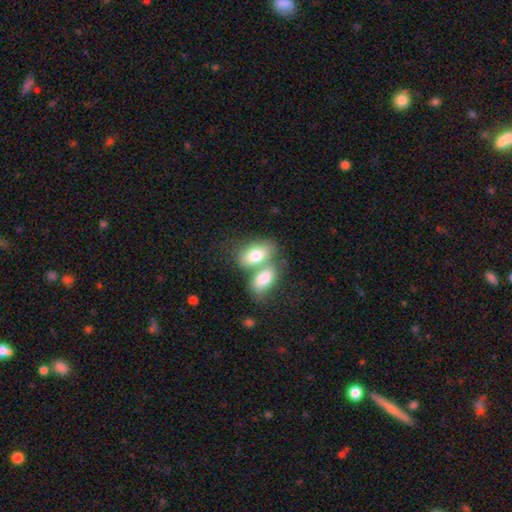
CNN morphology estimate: type=smooth (75%); roundness=in between (90%); merging=merger (61%).